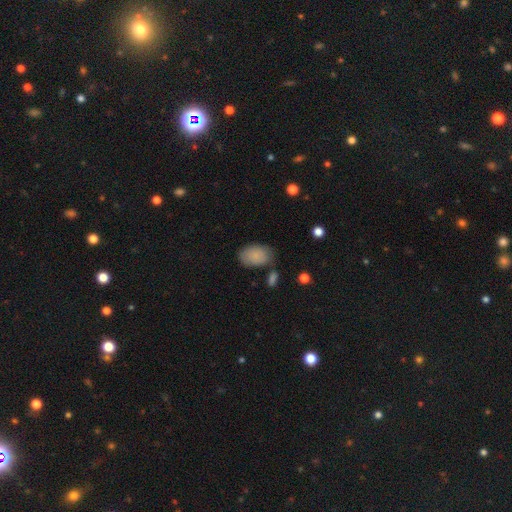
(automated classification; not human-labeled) A smooth galaxy with no disk features (86%) that is in between round and cigar-shaped (88%).

Vote fractions:
- Smooth or featured? smooth: 86% / featured or disk: 7% / star or artifact: 7%
- How rounded? in between: 88% / round: 11% / cigar-shaped: 1%
- Merging? none: 69% / minor disturbance: 19% / merger: 6% / major disturbance: 6%